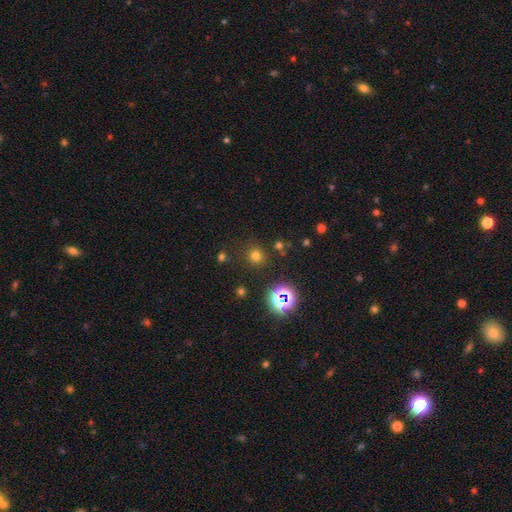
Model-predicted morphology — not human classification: smooth_or_featured: smooth (p=0.67) [alt: star or artifact p=0.27]
how_rounded: round (p=0.91) [alt: in between p=0.08]
merging: none (p=0.85) [alt: minor disturbance p=0.08]